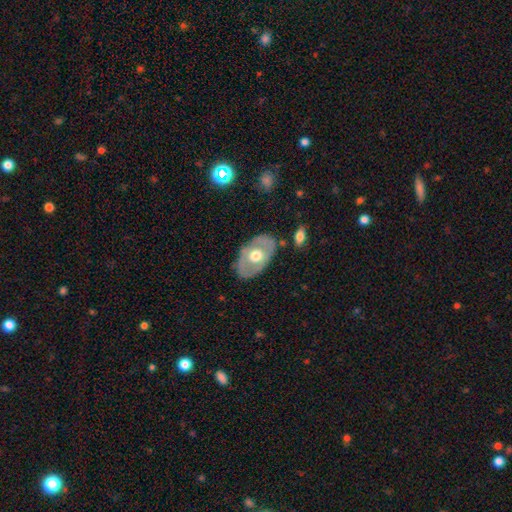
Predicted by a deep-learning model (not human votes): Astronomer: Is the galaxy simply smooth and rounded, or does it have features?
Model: featured or disk — 55% (runner-up: smooth, 40%).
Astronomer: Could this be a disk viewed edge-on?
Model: no — 89%.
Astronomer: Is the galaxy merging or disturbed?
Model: none — 78%.